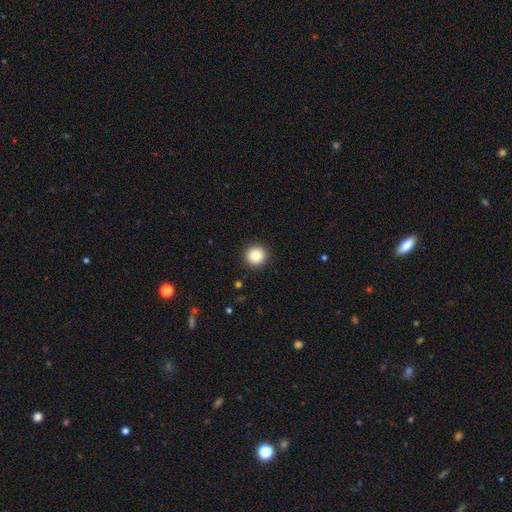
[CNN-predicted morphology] Smooth or featured: smooth — 86% (star or artifact — 9%)
How rounded: round — 95% (in between — 4%)
Merging: none — 93% (minor disturbance — 5%)